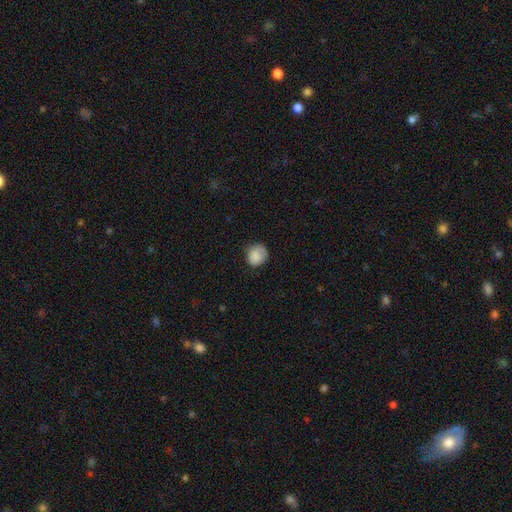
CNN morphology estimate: This appears to be a smooth galaxy with no disk features (84%) that is round (78%). Merging: none (68%).